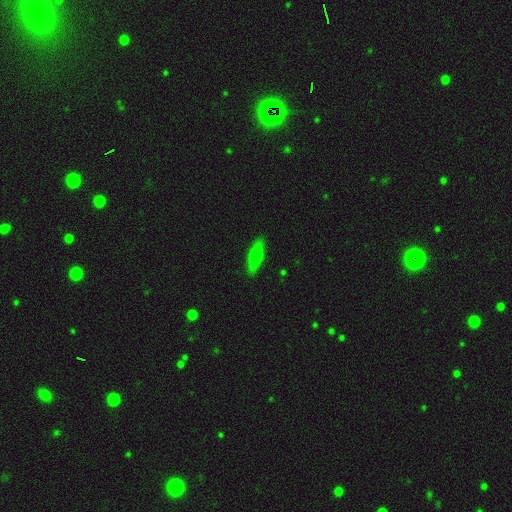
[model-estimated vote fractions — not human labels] Smooth or featured: smooth — 59% (featured or disk — 34%)
How rounded: cigar-shaped — 55% (in between — 41%)
Merging: none — 89% (minor disturbance — 8%)